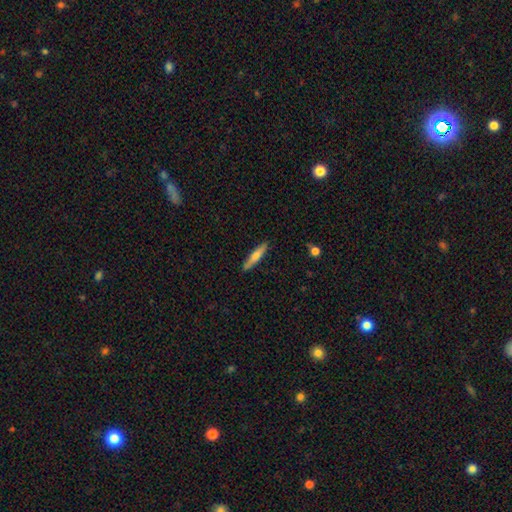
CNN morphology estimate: A smooth galaxy with no disk features (57%) that is cigar-shaped (91%). Merging: none (89%).